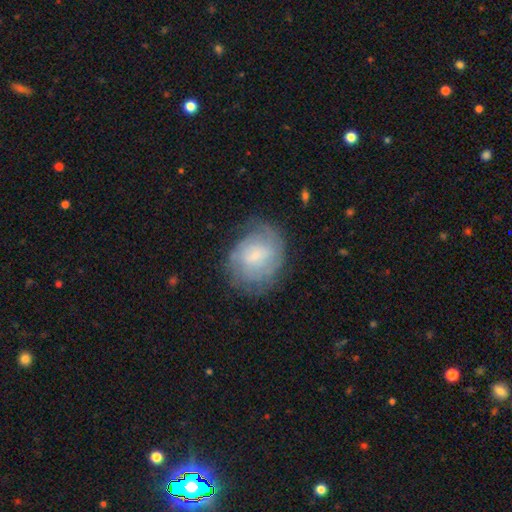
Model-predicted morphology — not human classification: The model was most divided on "bar": no: 49%, weak: 43%, strong: 7%. More confident: edge-on disk — no (97%); spiral arms — yes (76%); merging — none (63%); bulge size — small (59%); smooth or featured — featured or disk (54%).